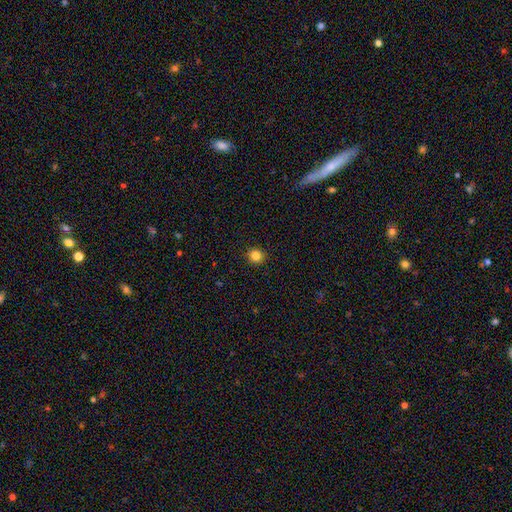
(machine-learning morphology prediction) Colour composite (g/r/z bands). It shows a smooth galaxy with no disk features (84%) that is round (91%). Merging: none (92%).